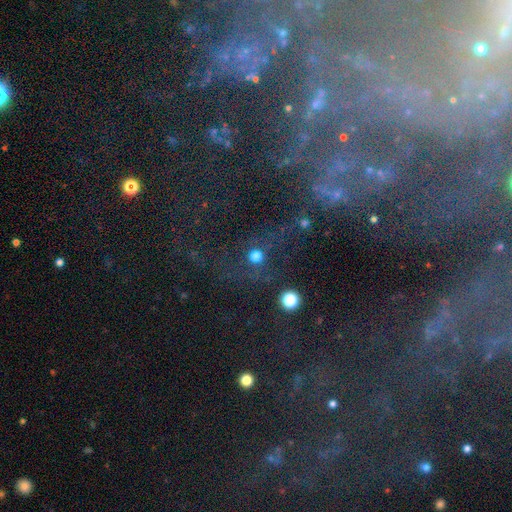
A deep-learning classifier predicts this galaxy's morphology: The model was most divided on "smooth or featured": smooth: 56%, star or artifact: 33%, featured or disk: 11%. More confident: how rounded — round (91%); merging — none (77%).